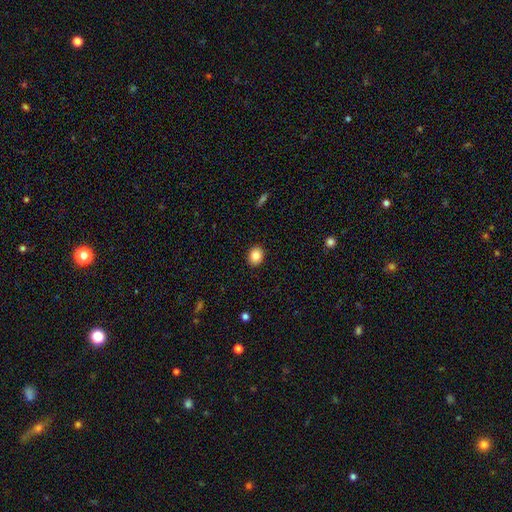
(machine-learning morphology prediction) A smooth galaxy with no disk features (85%) that is round (51%). Merging: none (91%).